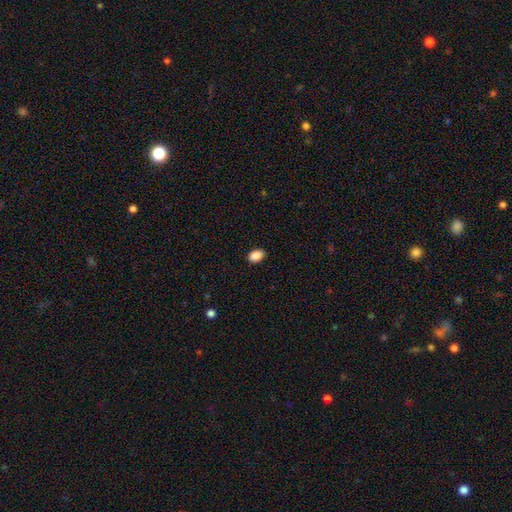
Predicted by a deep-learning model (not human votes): Smooth or featured: smooth — 89% (star or artifact — 8%)
How rounded: in between — 85% (round — 13%)
Merging: none — 88% (minor disturbance — 9%)